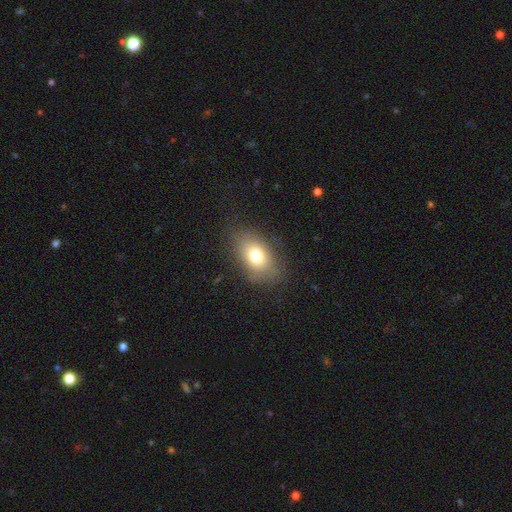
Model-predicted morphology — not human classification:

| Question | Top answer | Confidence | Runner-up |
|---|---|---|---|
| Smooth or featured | smooth | 74% | featured or disk (15%) |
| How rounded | in between | 83% | round (16%) |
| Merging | none | 79% | minor disturbance (14%) |